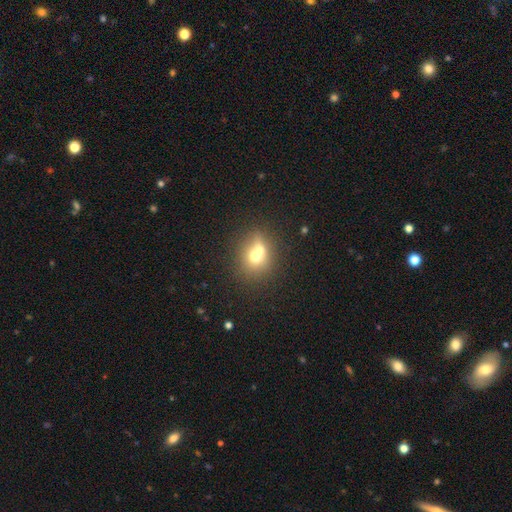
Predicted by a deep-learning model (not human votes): Overall: smooth (65%). How rounded: round (75%). Merging: merger (48%; none 38%).